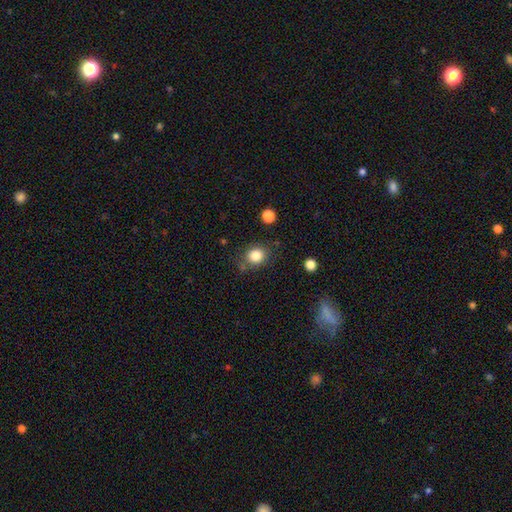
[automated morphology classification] A smooth galaxy with no disk features (84%) that is round (76%). Merging: none (75%).